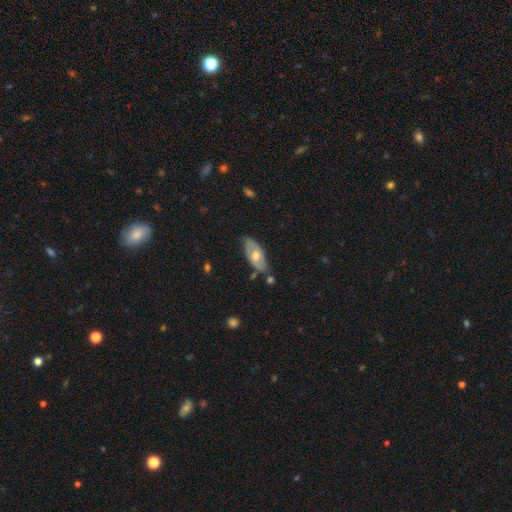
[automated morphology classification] This is possibly a featured or disk galaxy (48%). Merging: likely none (67%).